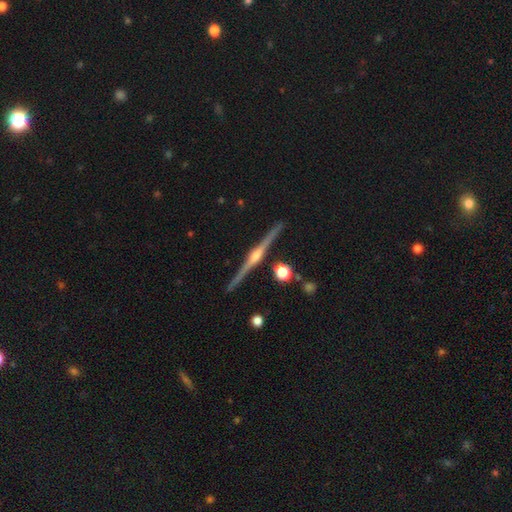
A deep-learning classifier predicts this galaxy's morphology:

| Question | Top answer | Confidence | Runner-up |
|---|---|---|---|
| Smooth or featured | featured or disk | 90% | smooth (5%) |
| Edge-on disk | yes | 99% | no (1%) |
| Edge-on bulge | rounded | 92% | boxy (5%) |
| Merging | none | 92% | minor disturbance (5%) |